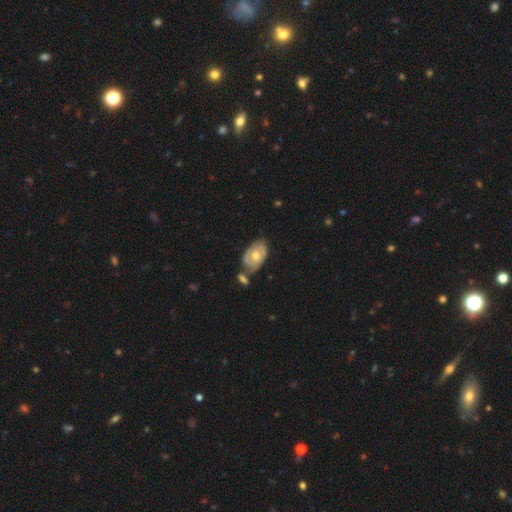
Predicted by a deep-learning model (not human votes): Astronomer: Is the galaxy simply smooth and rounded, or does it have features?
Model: featured or disk — 56% (runner-up: smooth, 38%).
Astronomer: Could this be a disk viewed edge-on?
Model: no — 92%.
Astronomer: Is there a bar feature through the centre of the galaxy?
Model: no — 82%.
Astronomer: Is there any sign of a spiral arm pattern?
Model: no — 51% (runner-up: yes, 49%).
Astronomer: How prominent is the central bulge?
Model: moderate — 75%.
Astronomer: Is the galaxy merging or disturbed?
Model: none — 55%.